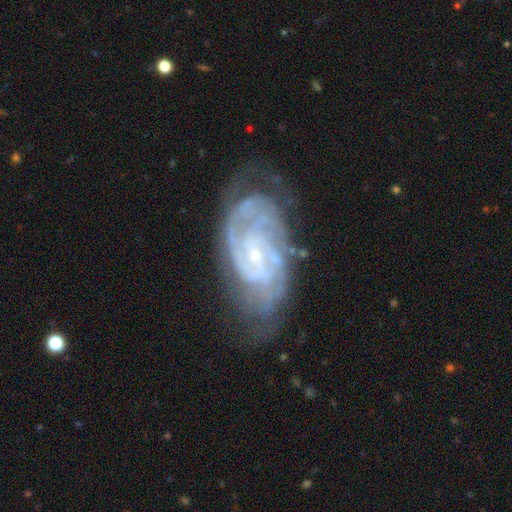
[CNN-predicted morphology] This is clearly a featured or disk galaxy (89%). It is clearly not viewed edge-on (96%). Bar: possibly no (52%). Spiral arm pattern: clearly yes (97%). Spiral arm count: marginally 2 (38%). Spiral winding: likely tight (65%). Central bulge: likely small (79%). Merging: likely none (63%).